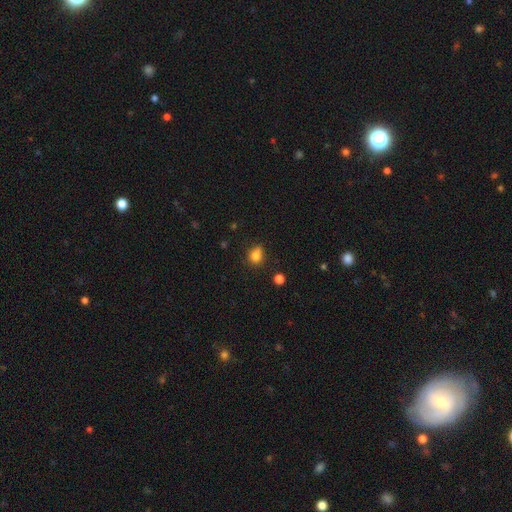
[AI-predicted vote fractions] A smooth galaxy with no disk features (81%) that is round (61%).

Vote fractions:
- Smooth or featured? smooth: 81% / star or artifact: 12% / featured or disk: 7%
- How rounded? round: 61% / in between: 37% / cigar-shaped: 1%
- Merging? none: 58% / minor disturbance: 29% / major disturbance: 7% / merger: 6%